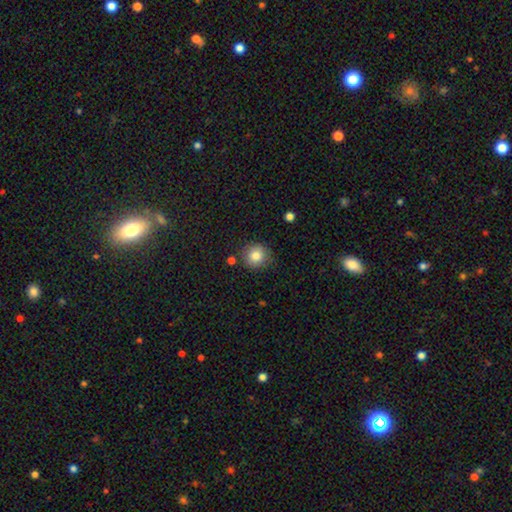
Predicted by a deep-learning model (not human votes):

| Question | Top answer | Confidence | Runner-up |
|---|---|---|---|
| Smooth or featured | smooth | 83% | star or artifact (10%) |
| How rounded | round | 90% | in between (9%) |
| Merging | none | 83% | minor disturbance (11%) |